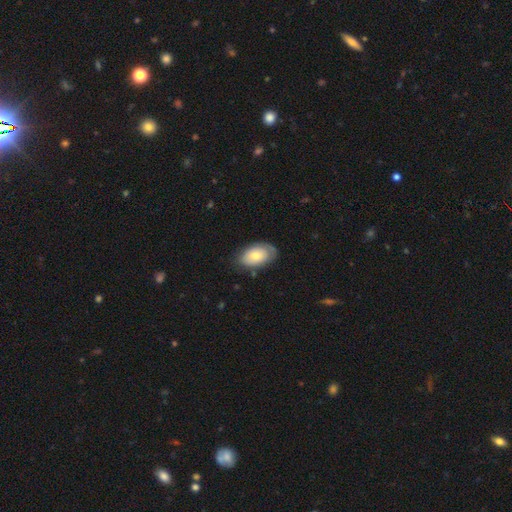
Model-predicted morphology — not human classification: Smooth or featured?
  - smooth: 62% *
  - featured or disk: 32%
  - star or artifact: 6%
How rounded?
  - in between: 92% *
  - round: 7%
  - cigar-shaped: 1%
Merging?
  - none: 69% *
  - minor disturbance: 23%
  - major disturbance: 6%
  - merger: 1%